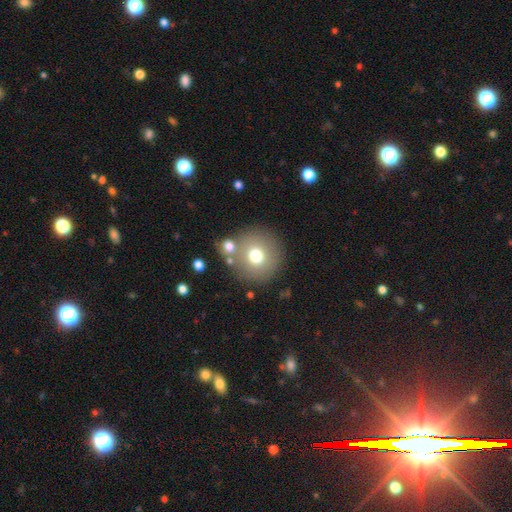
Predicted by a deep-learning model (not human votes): Q: Smooth or featured?
A: smooth (71%); runner-up: featured or disk (17%)
Q: How rounded?
A: round (94%); runner-up: in between (5%)
Q: Merging?
A: none (78%); runner-up: merger (9%)